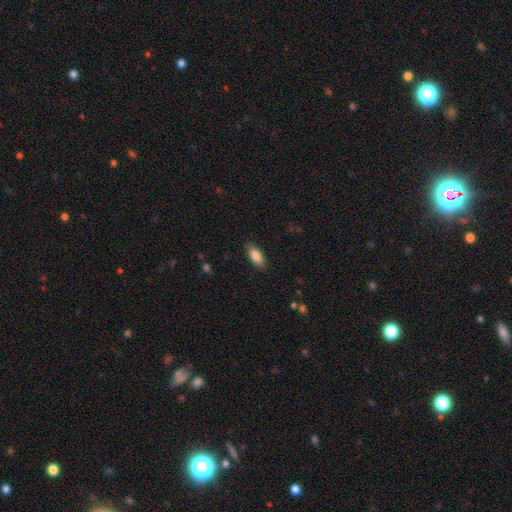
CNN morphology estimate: Q: Smooth or featured?
A: smooth (86%); runner-up: featured or disk (8%)
Q: How rounded?
A: in between (86%); runner-up: cigar-shaped (12%)
Q: Merging?
A: none (87%); runner-up: minor disturbance (10%)